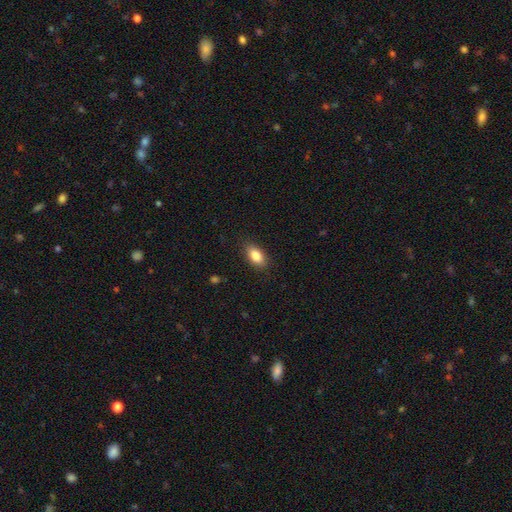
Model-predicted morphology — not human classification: smooth_or_featured: smooth (p=0.85) [alt: star or artifact p=0.08]
how_rounded: in between (p=0.90) [alt: round p=0.06]
merging: none (p=0.86) [alt: minor disturbance p=0.11]